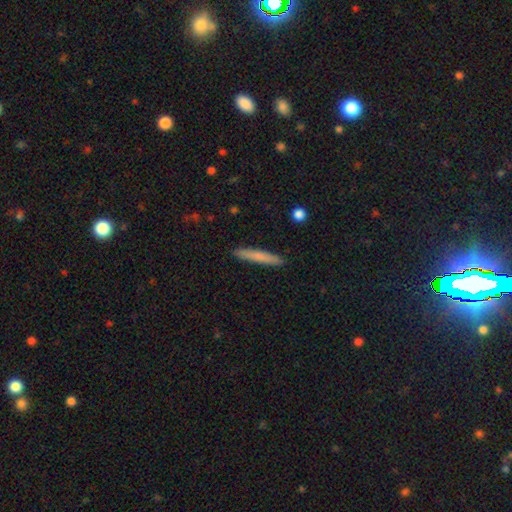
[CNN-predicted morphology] smooth 74%, featured or disk 20%, star or artifact 6%. Down the decision tree: how rounded — cigar-shaped (95%); merging — none (91%).